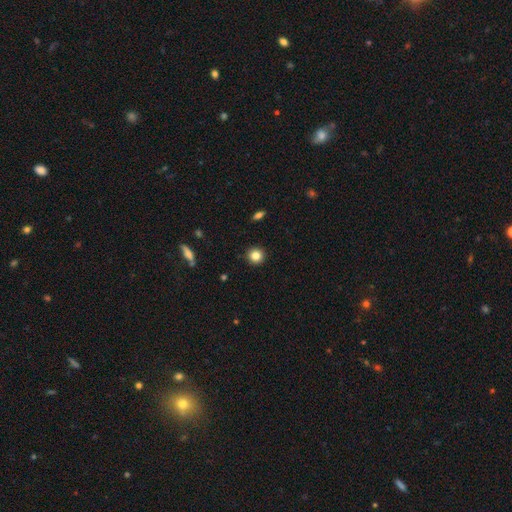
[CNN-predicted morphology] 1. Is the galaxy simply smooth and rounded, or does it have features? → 83% smooth, 11% star or artifact, 6% featured or disk.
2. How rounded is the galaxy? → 94% round, 5% in between, 1% cigar-shaped.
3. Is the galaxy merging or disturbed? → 92% none, 5% minor disturbance, 2% major disturbance, 1% merger.